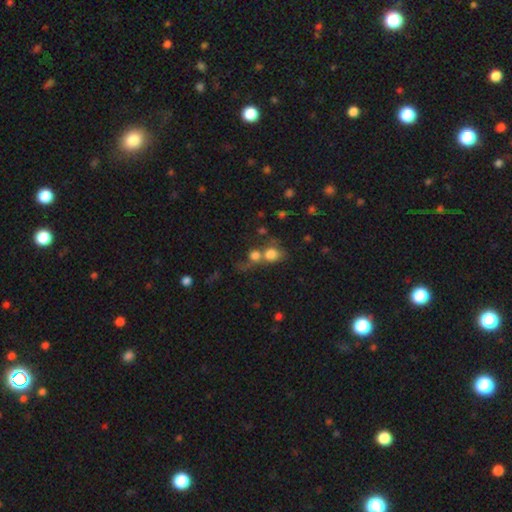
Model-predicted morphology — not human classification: Smooth or featured? Predicted: smooth (p=0.72). How rounded? Predicted: round (p=0.74). Merging? Predicted: merger (p=0.57).